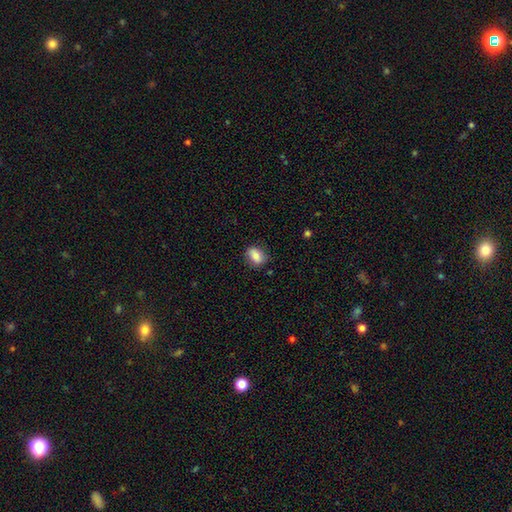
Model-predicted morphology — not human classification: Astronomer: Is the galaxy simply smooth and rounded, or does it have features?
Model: smooth — 77%.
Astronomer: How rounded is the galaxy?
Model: in between — 65%.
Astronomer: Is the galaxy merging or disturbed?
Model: none — 81%.